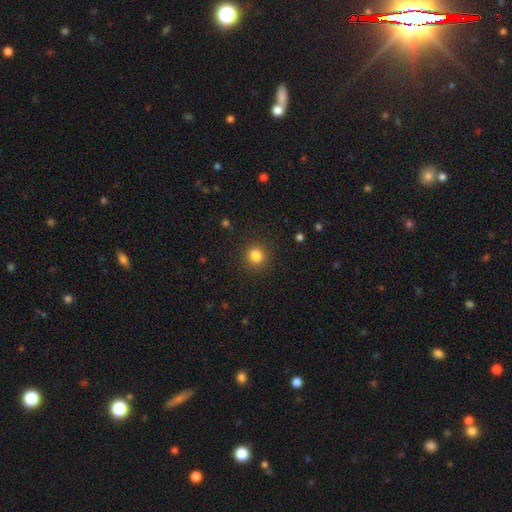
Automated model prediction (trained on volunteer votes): This is clearly a smooth galaxy (83%). How rounded: clearly round (91%). Merging: clearly none (90%).